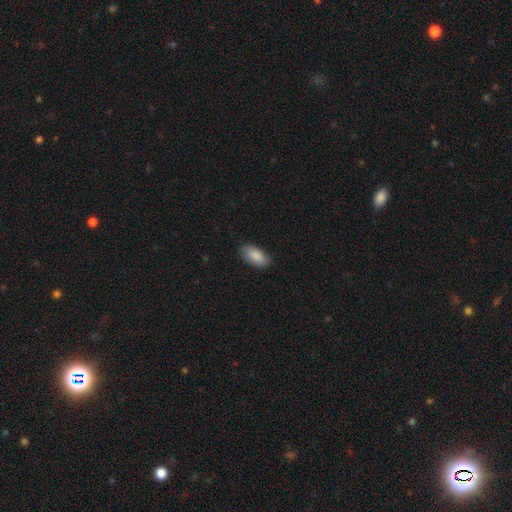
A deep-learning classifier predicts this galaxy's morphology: smooth 86%, featured or disk 8%, star or artifact 6%. Down the decision tree: how rounded — in between (93%); merging — none (85%).